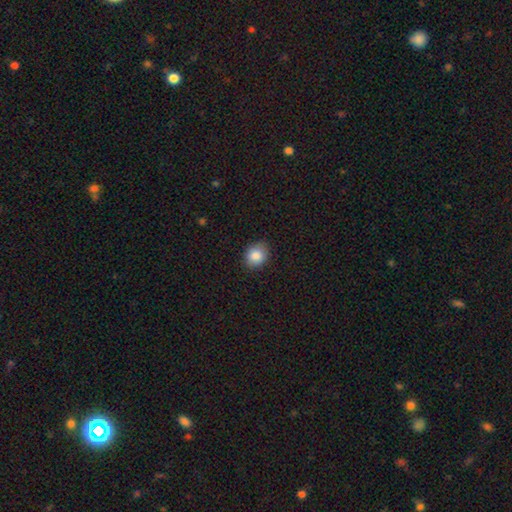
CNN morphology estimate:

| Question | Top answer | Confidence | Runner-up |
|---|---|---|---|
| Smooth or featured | smooth | 87% | star or artifact (9%) |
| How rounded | round | 58% | in between (41%) |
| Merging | none | 85% | minor disturbance (12%) |